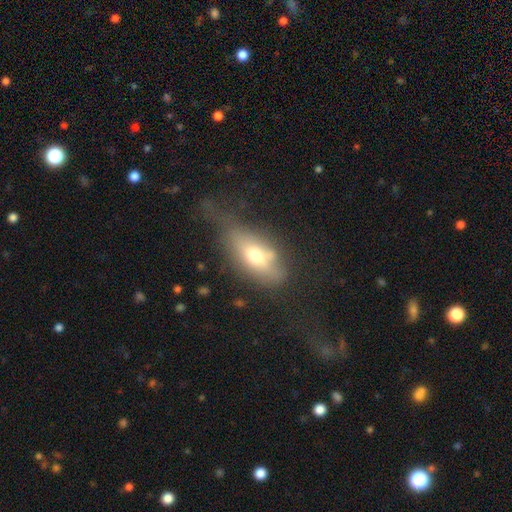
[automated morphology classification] This appears to be a smooth galaxy with no disk features (59%) that is in between round and cigar-shaped (81%). Merging: none (37%).